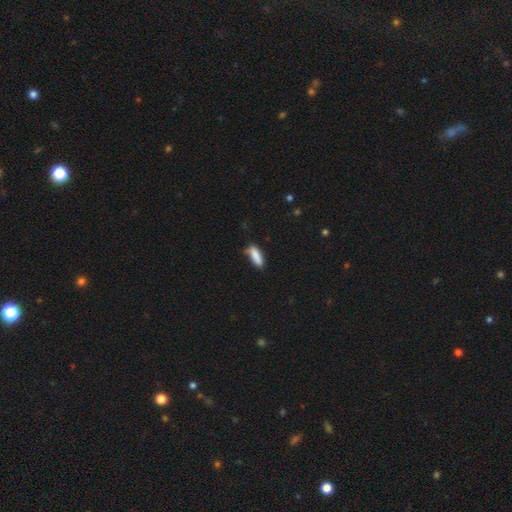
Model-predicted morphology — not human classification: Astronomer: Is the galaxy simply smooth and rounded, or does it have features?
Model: smooth — 86%.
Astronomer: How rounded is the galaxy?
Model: cigar-shaped — 50% (runner-up: in between, 48%).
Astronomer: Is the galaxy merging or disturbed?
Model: none — 66%.